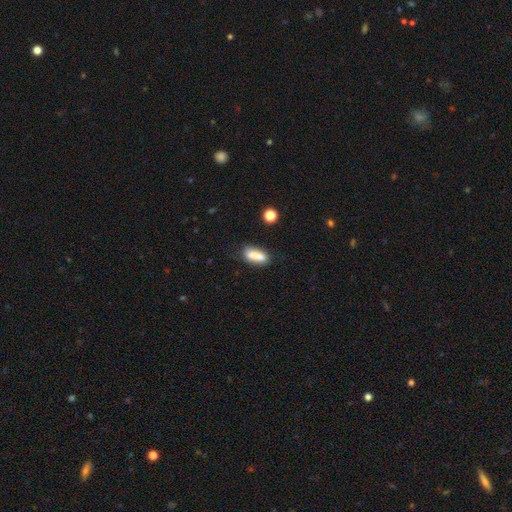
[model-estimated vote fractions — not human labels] Q: Smooth or featured?
A: smooth (82%); runner-up: featured or disk (9%)
Q: How rounded?
A: in between (63%); runner-up: cigar-shaped (34%)
Q: Merging?
A: none (74%); runner-up: minor disturbance (17%)